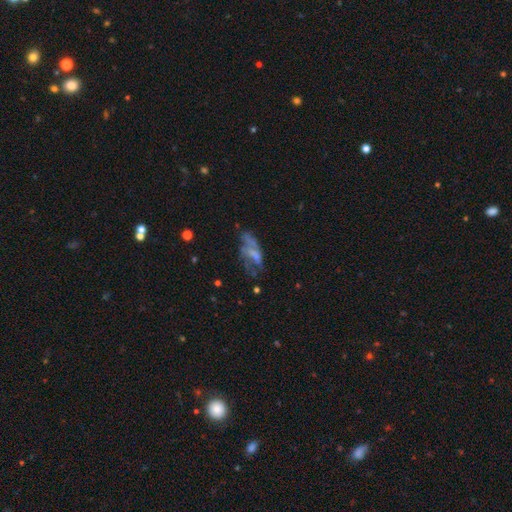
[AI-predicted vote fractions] This is possibly a featured or disk galaxy (52%). It is clearly not viewed edge-on (85%). Merging: marginally none (41%).